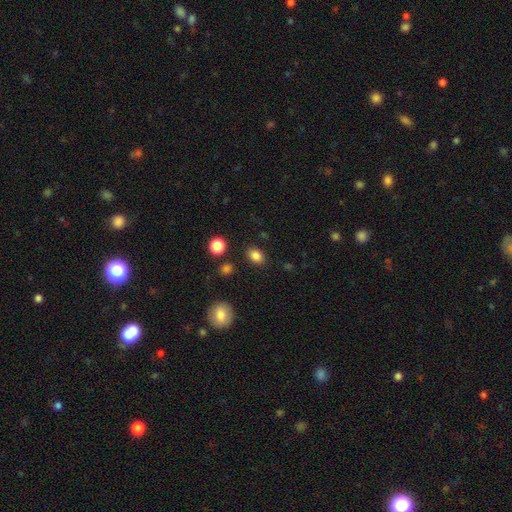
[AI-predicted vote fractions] Smooth or featured: smooth — 84% (star or artifact — 11%)
How rounded: in between — 66% (round — 33%)
Merging: none — 85% (minor disturbance — 9%)